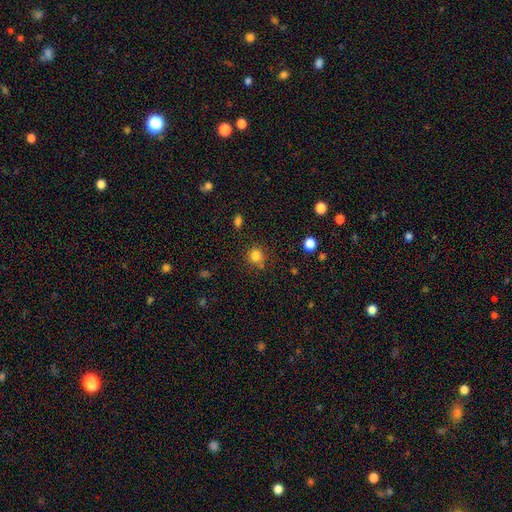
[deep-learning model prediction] Smooth or featured? smooth (81%)
How rounded? round (86%)
Merging? none (75%)